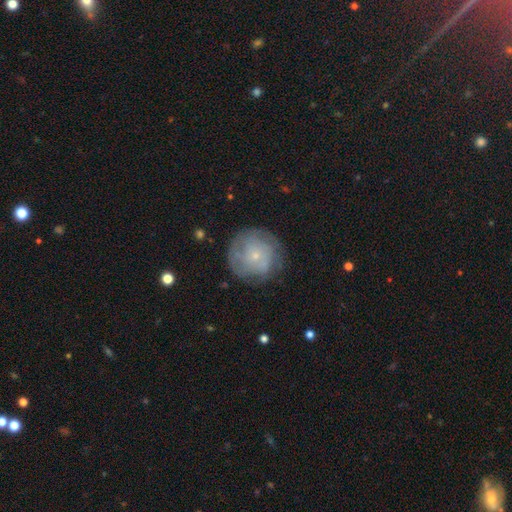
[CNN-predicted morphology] Smooth or featured?
  - featured or disk: 55% *
  - smooth: 36%
  - star or artifact: 9%
Edge-on disk?
  - no: 97% *
  - yes: 3%
Bar?
  - no: 85% *
  - weak: 13%
  - strong: 2%
Spiral arms?
  - yes: 73% *
  - no: 27%
Bulge size?
  - small: 83% *
  - moderate: 12%
  - none: 3%
  - large: 1%
  - dominant: 1%
Merging?
  - none: 75% *
  - minor disturbance: 16%
  - major disturbance: 7%
  - merger: 2%